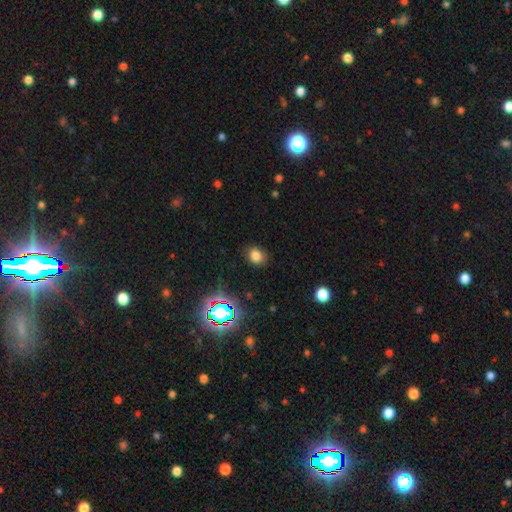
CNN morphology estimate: The model was most divided on "how rounded": round: 51%, in between: 48%, cigar-shaped: 1%. More confident: merging — none (83%); smooth or featured — smooth (77%).